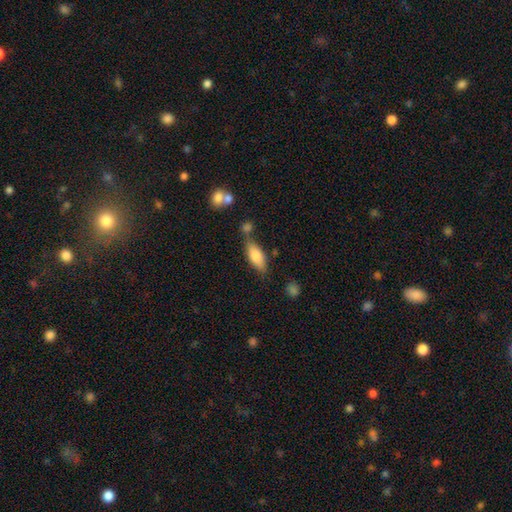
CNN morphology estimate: smooth_or_featured: smooth (p=0.78) [alt: featured or disk p=0.15]
how_rounded: in between (p=0.78) [alt: cigar-shaped p=0.19]
merging: none (p=0.62) [alt: minor disturbance p=0.19]